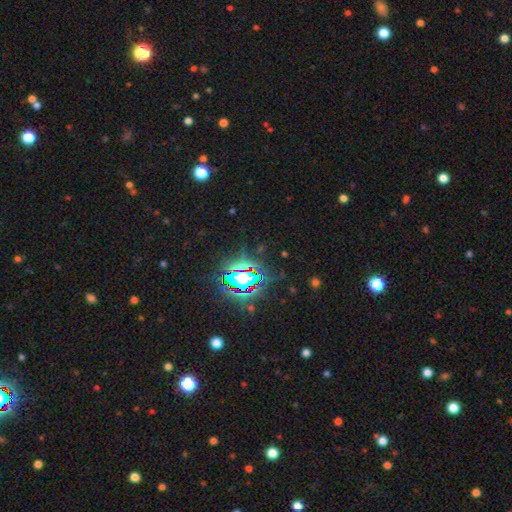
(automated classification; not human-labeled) This appears to be a star or artifact, not a galaxy (84%).